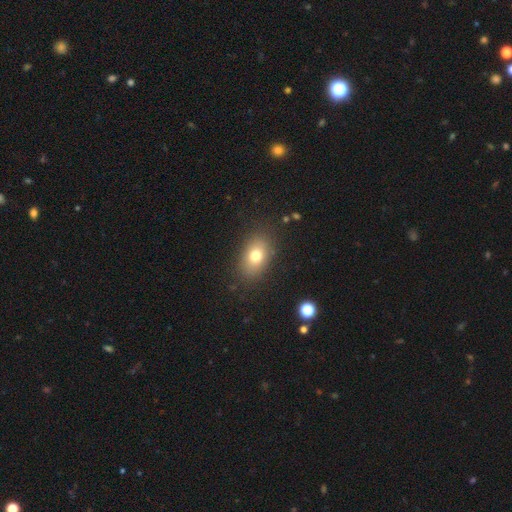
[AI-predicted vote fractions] A smooth galaxy with no disk features (76%) that is in between round and cigar-shaped (82%). Merging: none (84%).